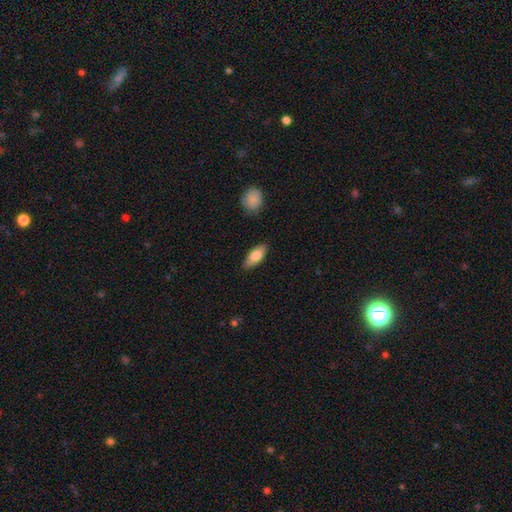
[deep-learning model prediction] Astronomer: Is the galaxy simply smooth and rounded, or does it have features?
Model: smooth — 79%.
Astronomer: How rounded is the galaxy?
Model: in between — 81%.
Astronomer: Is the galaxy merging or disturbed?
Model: none — 85%.